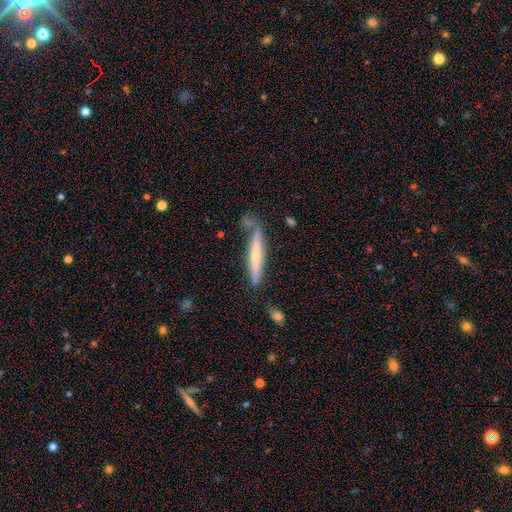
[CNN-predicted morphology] featured or disk 50%, smooth 44%, star or artifact 6%. Down the decision tree: merging — none (64%).